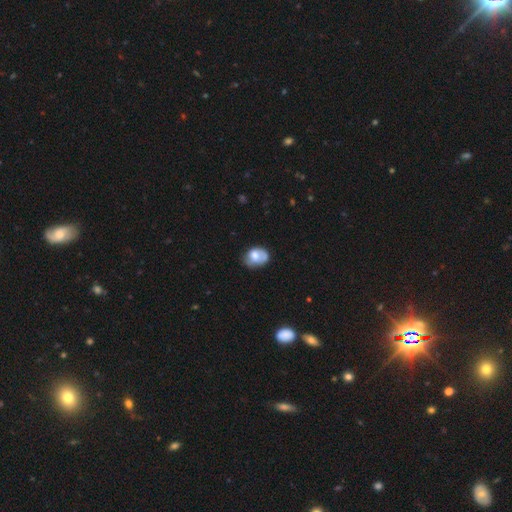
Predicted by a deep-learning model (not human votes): Smooth or featured? Predicted: smooth (p=0.66). How rounded? Predicted: in between (p=0.63). Merging? Predicted: none (p=0.46).